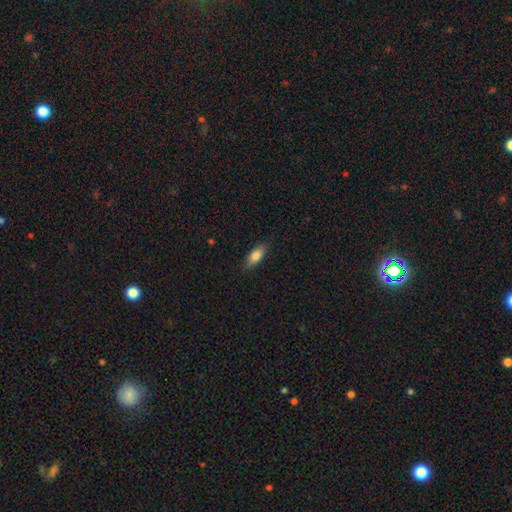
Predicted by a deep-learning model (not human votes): Smooth or featured? Predicted: smooth (p=0.79). How rounded? Predicted: in between (p=0.80). Merging? Predicted: none (p=0.82).